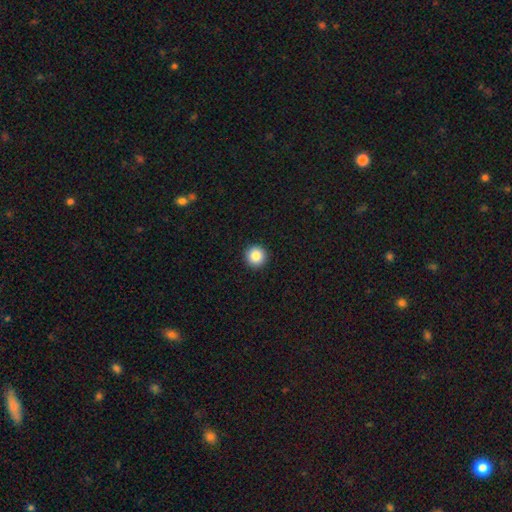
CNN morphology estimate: smooth 88%, star or artifact 9%, featured or disk 3%. Down the decision tree: how rounded — round (96%); merging — none (93%).